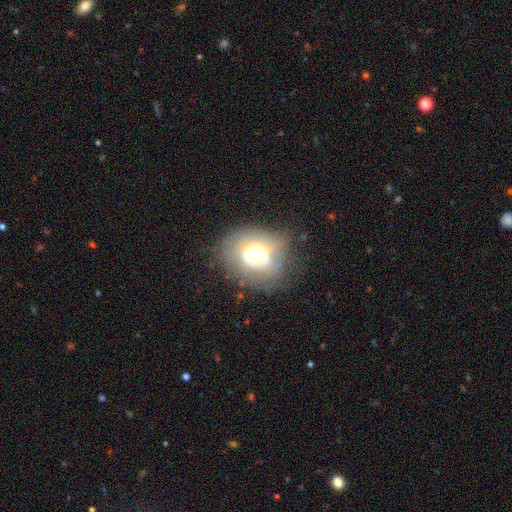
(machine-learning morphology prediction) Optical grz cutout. It shows a featured or disk galaxy (54%) with no bar (78%), no spiral arms (70%) and a moderate central bulge (58%). Merging: none (53%).